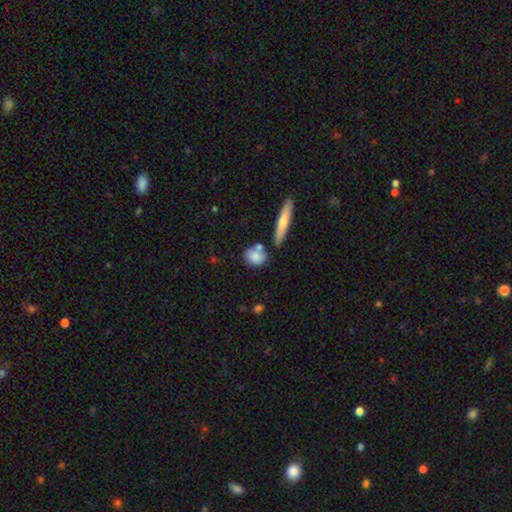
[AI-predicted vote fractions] A smooth galaxy with no disk features (78%) that is in between round and cigar-shaped (49%).

Vote fractions:
- Smooth or featured? smooth: 78% / featured or disk: 14% / star or artifact: 8%
- How rounded? in between: 49% / round: 44% / cigar-shaped: 7%
- Merging? none: 61% / merger: 19% / minor disturbance: 16% / major disturbance: 5%